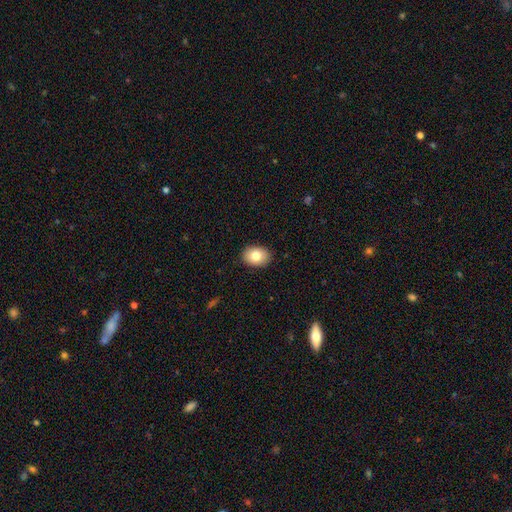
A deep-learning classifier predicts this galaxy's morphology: This appears to be a smooth galaxy with no disk features (81%) that is in between round and cigar-shaped (75%). Merging: none (89%).